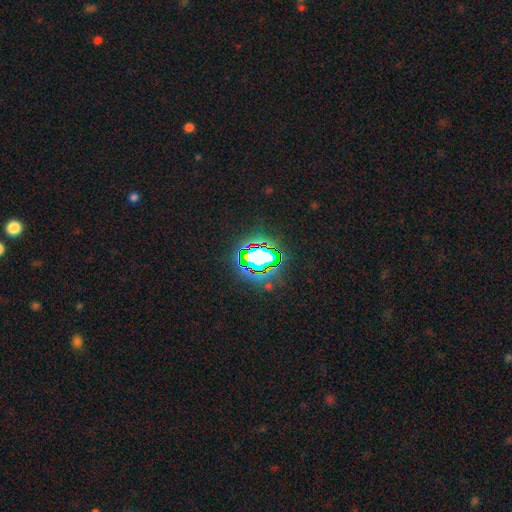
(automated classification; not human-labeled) Smooth or featured? Predicted: star or artifact (p=0.78).